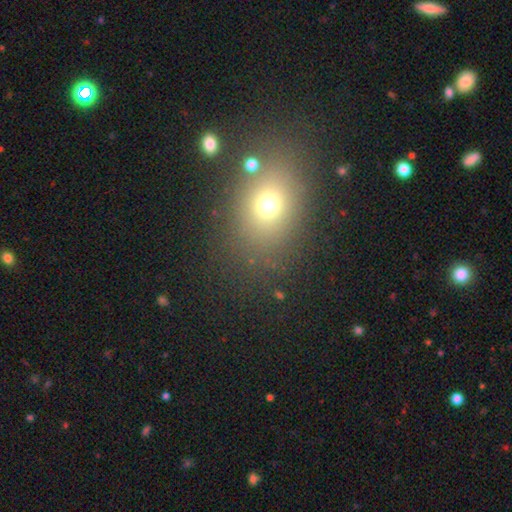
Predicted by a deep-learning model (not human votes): smooth_or_featured: smooth (p=0.62) [alt: star or artifact p=0.27]
how_rounded: in between (p=0.57) [alt: round p=0.41]
merging: none (p=0.84) [alt: minor disturbance p=0.09]